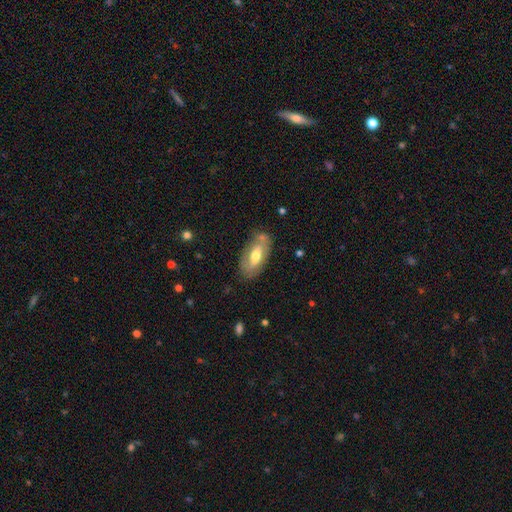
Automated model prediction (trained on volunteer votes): smooth-or-featured: smooth: 52% | featured or disk: 42% | star or artifact: 6%
  how-rounded: in between: 85% | cigar-shaped: 12% | round: 3%
  merging: none: 73% | minor disturbance: 17% | merger: 5% | major disturbance: 5%